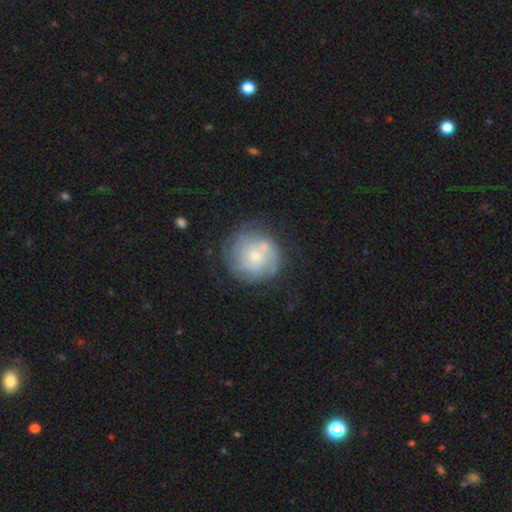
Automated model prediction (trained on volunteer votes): A featured or disk galaxy (59%) with no bar (77%), spiral arms (75%) and a small central bulge (49%). Merging: none (69%).